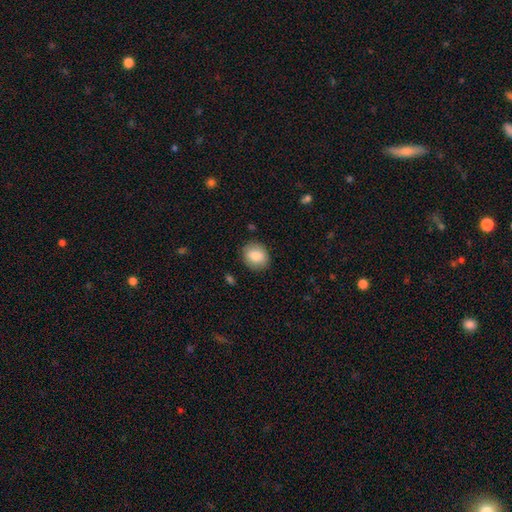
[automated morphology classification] Q: Smooth or featured?
A: smooth (84%); runner-up: featured or disk (8%)
Q: How rounded?
A: round (61%); runner-up: in between (38%)
Q: Merging?
A: none (86%); runner-up: minor disturbance (10%)